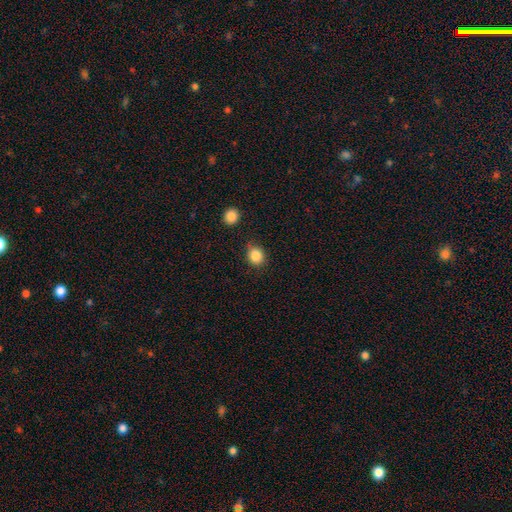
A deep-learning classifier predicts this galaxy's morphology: Smooth or featured: smooth — 86% (star or artifact — 10%)
How rounded: round — 74% (in between — 25%)
Merging: none — 75% (minor disturbance — 17%)